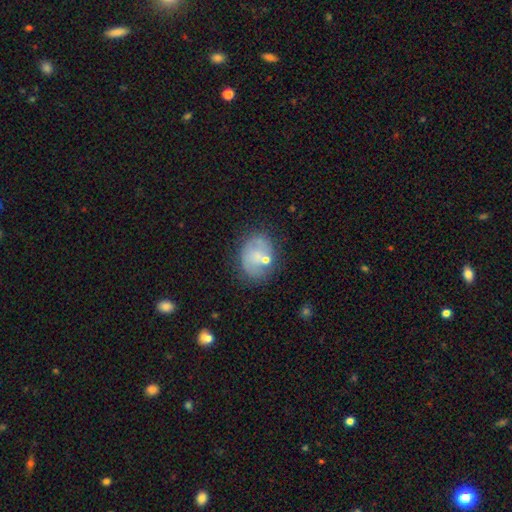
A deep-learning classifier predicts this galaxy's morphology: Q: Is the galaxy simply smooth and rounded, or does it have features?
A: smooth — 51%.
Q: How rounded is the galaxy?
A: in between — 52%.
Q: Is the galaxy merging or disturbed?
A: none — 57%.